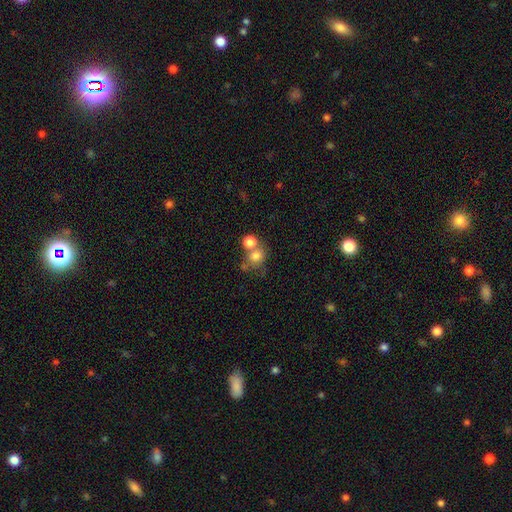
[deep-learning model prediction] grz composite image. It shows a smooth galaxy with no disk features (76%) that is round (75%). Merging: merger (44%).